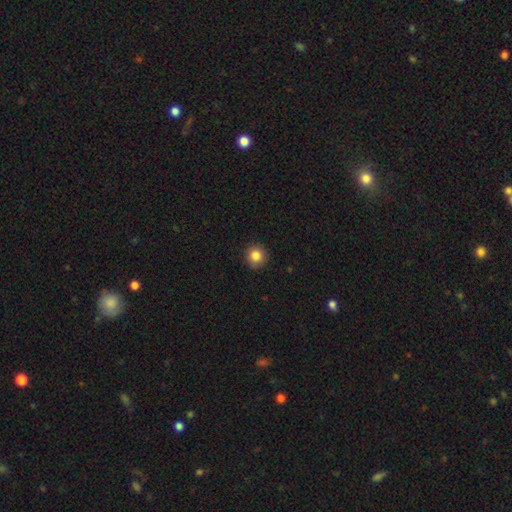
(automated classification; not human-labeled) Smooth or featured? smooth (85%)
How rounded? round (93%)
Merging? none (91%)